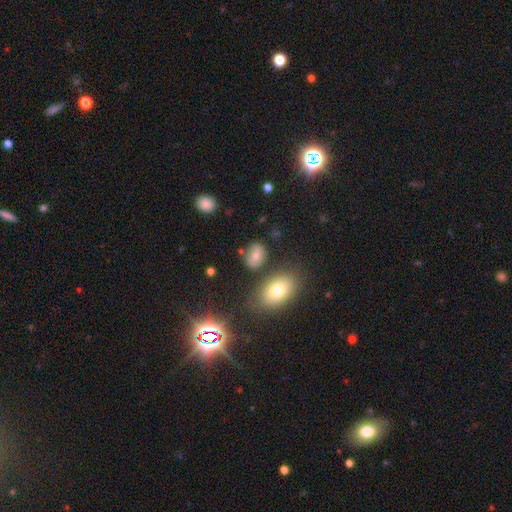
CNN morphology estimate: The model was most divided on "how rounded": in between: 69%, round: 30%, cigar-shaped: 2%. More confident: merging — none (74%); smooth or featured — smooth (71%).